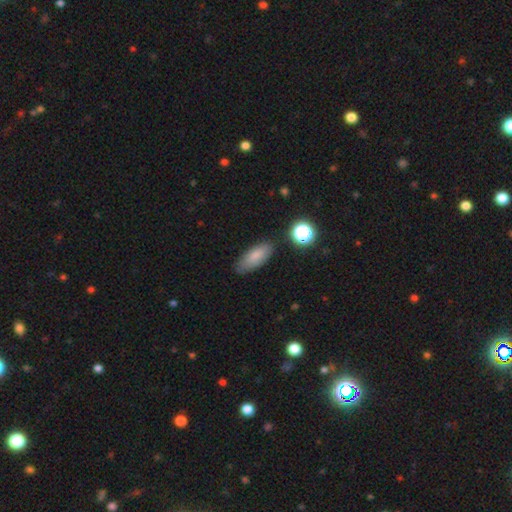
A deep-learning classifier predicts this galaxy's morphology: smooth_or_featured: smooth (p=0.79) [alt: featured or disk p=0.12]
how_rounded: in between (p=0.77) [alt: cigar-shaped p=0.20]
merging: none (p=0.77) [alt: minor disturbance p=0.16]